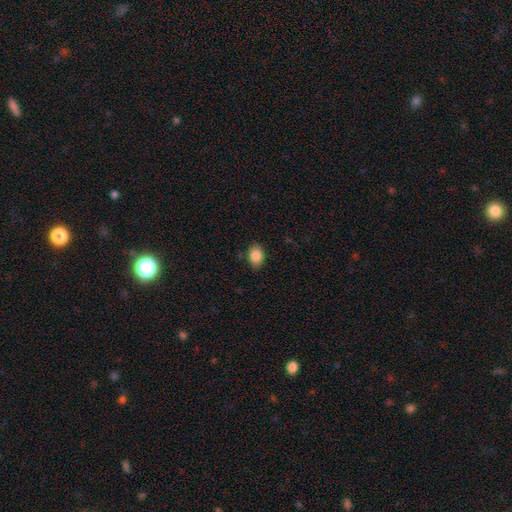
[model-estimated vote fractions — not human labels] Smooth or featured? smooth (85%)
How rounded? in between (77%)
Merging? none (85%)